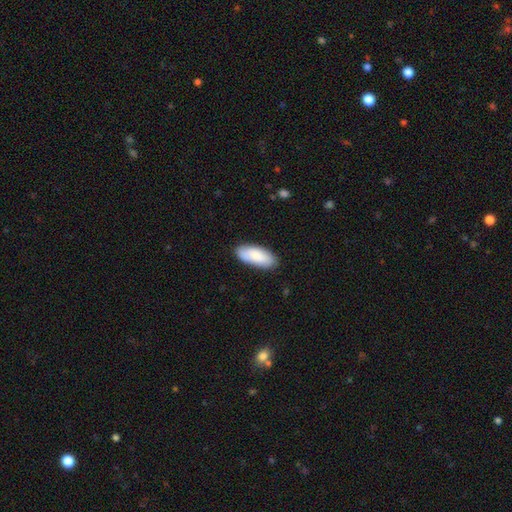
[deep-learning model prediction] smooth-or-featured: smooth: 82% | featured or disk: 13% | star or artifact: 5%
  how-rounded: in between: 85% | cigar-shaped: 13% | round: 2%
  merging: none: 85% | minor disturbance: 12% | major disturbance: 2% | merger: 1%